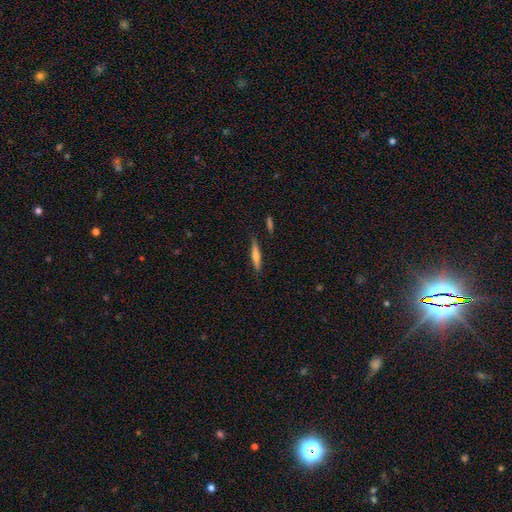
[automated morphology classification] type=smooth (55%); roundness=cigar-shaped (87%); merging=none (86%).